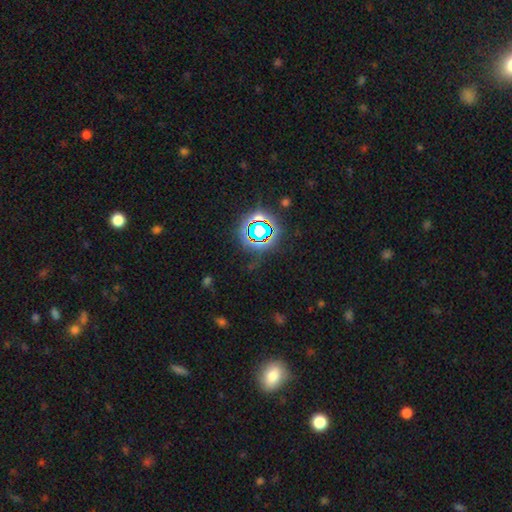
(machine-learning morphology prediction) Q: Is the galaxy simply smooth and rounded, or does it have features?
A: star or artifact — 76%.